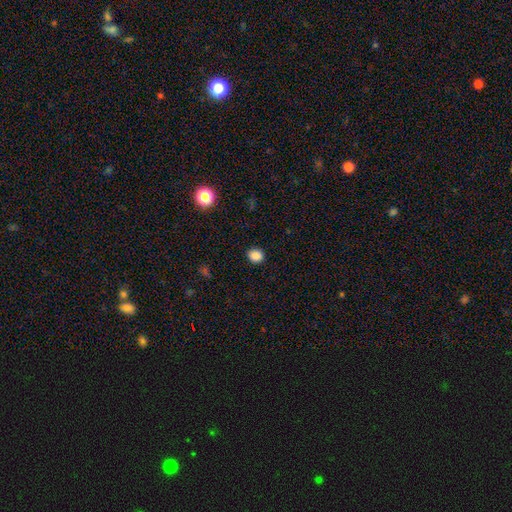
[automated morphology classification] smooth 86%, star or artifact 11%, featured or disk 3%. Down the decision tree: how rounded — round (72%); merging — none (90%).